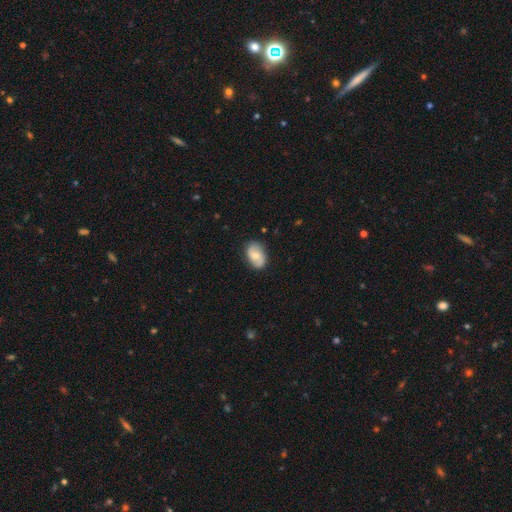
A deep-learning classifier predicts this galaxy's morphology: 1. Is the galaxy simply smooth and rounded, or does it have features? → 54% smooth, 39% featured or disk, 7% star or artifact.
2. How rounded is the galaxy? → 86% in between, 12% round, 1% cigar-shaped.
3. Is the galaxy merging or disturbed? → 79% none, 16% minor disturbance, 3% major disturbance, 1% merger.